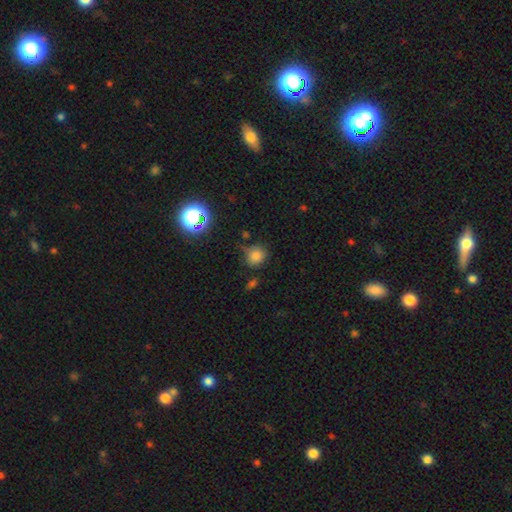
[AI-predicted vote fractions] smooth-or-featured: smooth: 76% | star or artifact: 17% | featured or disk: 7%
  how-rounded: round: 85% | in between: 14% | cigar-shaped: 1%
  merging: none: 70% | minor disturbance: 19% | merger: 6% | major disturbance: 5%